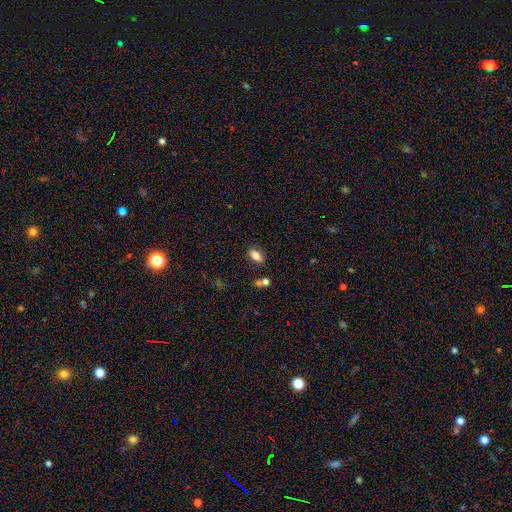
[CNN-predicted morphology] smooth 81%, star or artifact 10%, featured or disk 9%. Down the decision tree: how rounded — in between (87%); merging — none (79%).